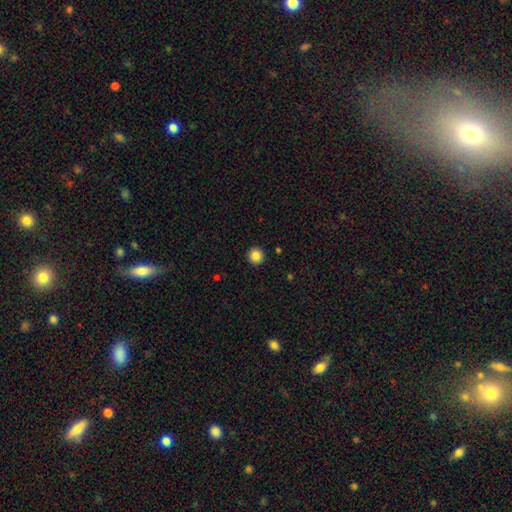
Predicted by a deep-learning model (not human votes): smooth_or_featured: smooth (p=0.85) [alt: star or artifact p=0.10]
how_rounded: round (p=0.95) [alt: in between p=0.04]
merging: none (p=0.93) [alt: minor disturbance p=0.04]